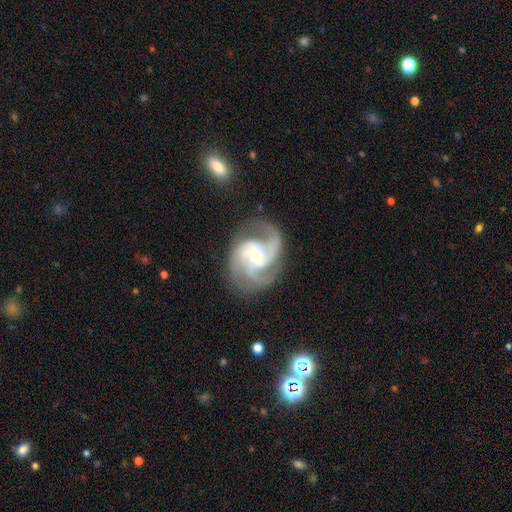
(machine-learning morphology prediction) This is clearly a featured or disk galaxy (92%). It is clearly not viewed edge-on (98%). Bar: possibly no (60%). Spiral arm pattern: clearly yes (98%). Spiral arm count: possibly 3 (59%). Spiral winding: possibly medium (53%). Central bulge: likely small (62%). Merging: likely none (72%).